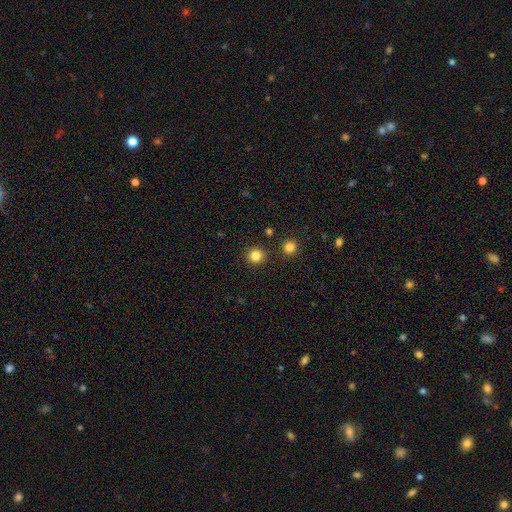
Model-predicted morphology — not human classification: smooth_or_featured: smooth (p=0.83) [alt: star or artifact p=0.12]
how_rounded: round (p=0.93) [alt: in between p=0.06]
merging: none (p=0.90) [alt: minor disturbance p=0.05]